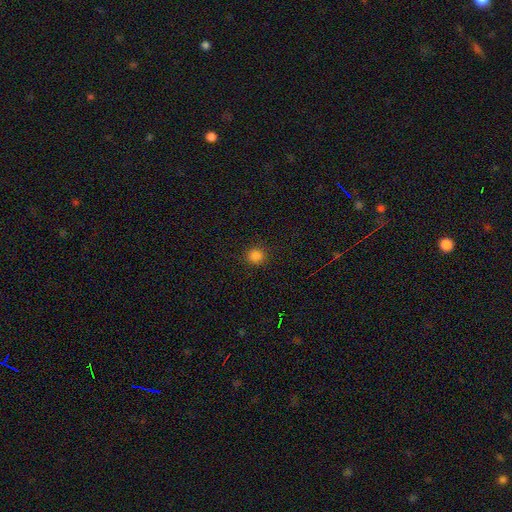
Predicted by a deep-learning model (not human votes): Overall: smooth (84%). How rounded: round (90%). Merging: none (90%).